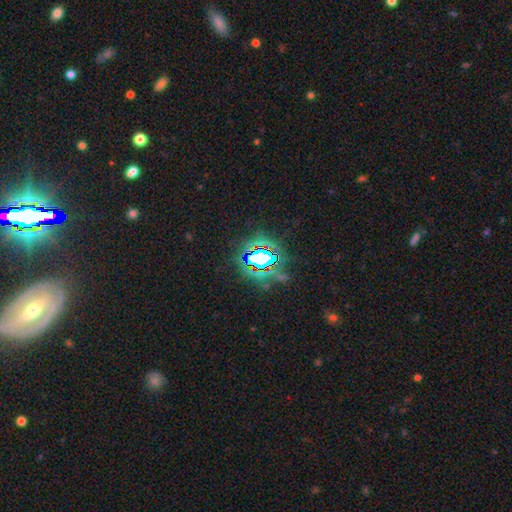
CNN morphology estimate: Overall: star or artifact (76%).